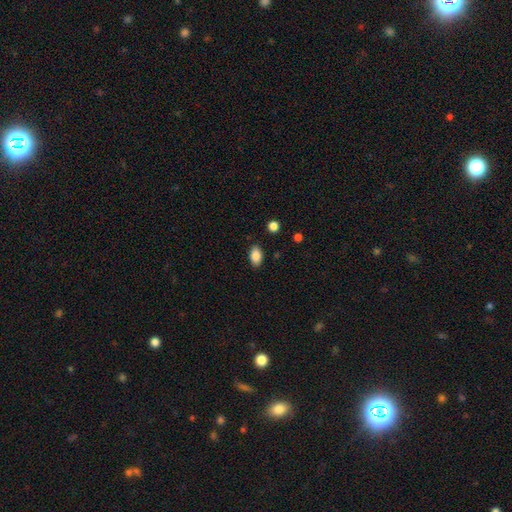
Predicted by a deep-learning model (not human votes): The model was most divided on "merging": none: 87%, minor disturbance: 9%, major disturbance: 2%, merger: 1%. More confident: how rounded — in between (91%); smooth or featured — smooth (87%).